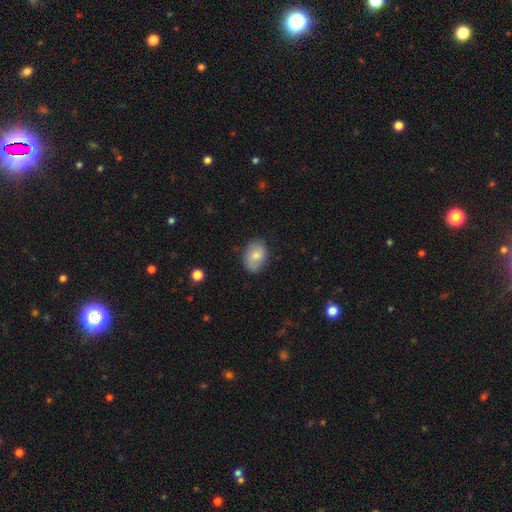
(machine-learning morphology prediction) This is likely a smooth galaxy (73%). How rounded: likely in between (72%). Merging: likely none (75%).